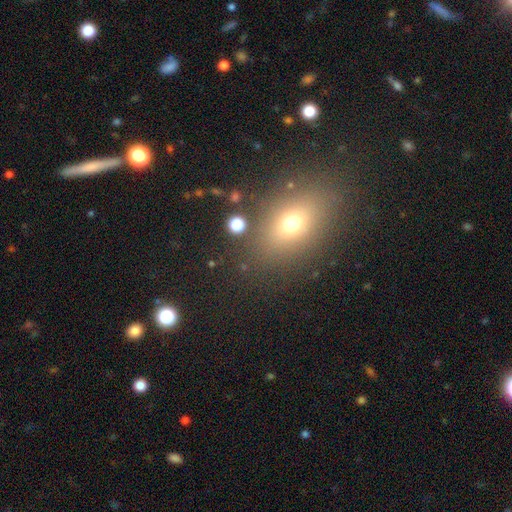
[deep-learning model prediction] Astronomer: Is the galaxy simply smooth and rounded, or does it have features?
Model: smooth — 61%.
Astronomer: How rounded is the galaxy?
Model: in between — 71%.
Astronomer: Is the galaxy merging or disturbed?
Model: none — 83%.